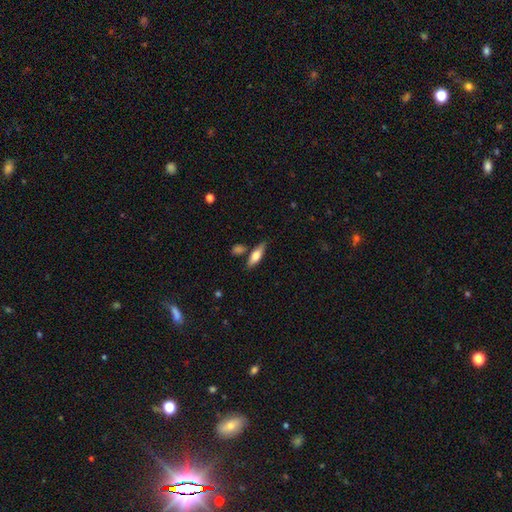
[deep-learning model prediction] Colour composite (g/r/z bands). It shows a smooth galaxy with no disk features (61%) that is in between round and cigar-shaped (49%). Merging: none (75%).